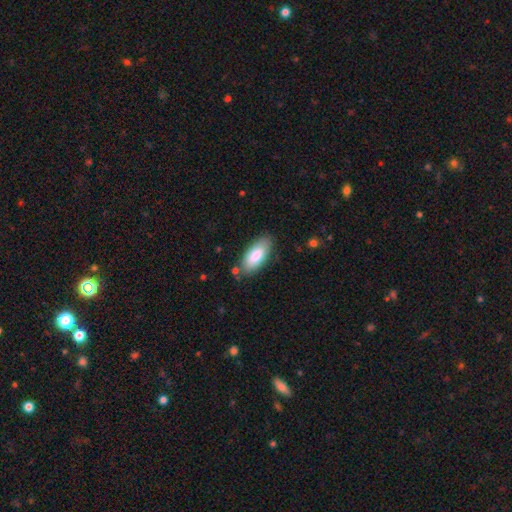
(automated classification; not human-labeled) The model was most divided on "merging": none: 80%, minor disturbance: 14%, merger: 3%, major disturbance: 3%. More confident: how rounded — in between (86%); smooth or featured — smooth (84%).